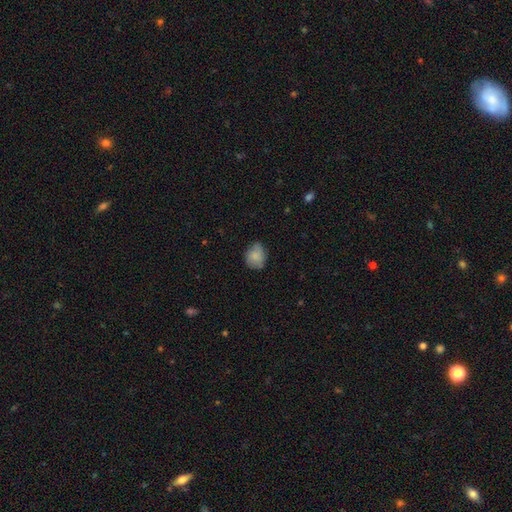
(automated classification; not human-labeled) Smooth or featured?
  - smooth: 80% *
  - featured or disk: 12%
  - star or artifact: 8%
How rounded?
  - round: 55% *
  - in between: 44%
  - cigar-shaped: 1%
Merging?
  - none: 68% *
  - minor disturbance: 26%
  - major disturbance: 5%
  - merger: 1%